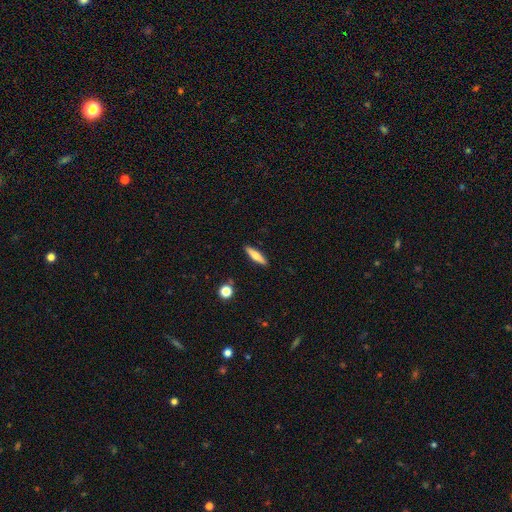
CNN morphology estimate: smooth-or-featured: smooth: 59% | featured or disk: 34% | star or artifact: 7%
  how-rounded: cigar-shaped: 76% | in between: 22% | round: 2%
  merging: none: 89% | minor disturbance: 7% | major disturbance: 2% | merger: 2%